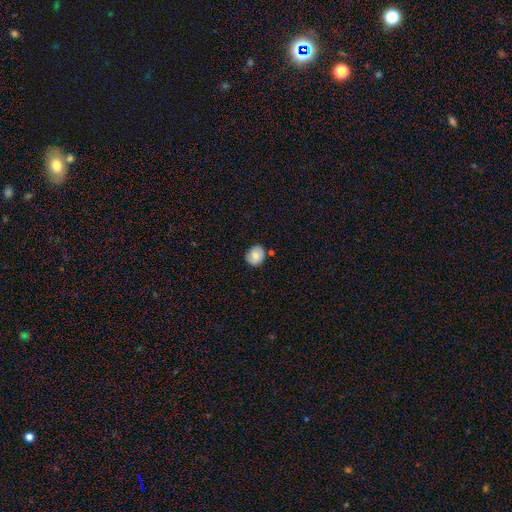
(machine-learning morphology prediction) A smooth galaxy with no disk features (79%) that is round (66%). Merging: none (76%).